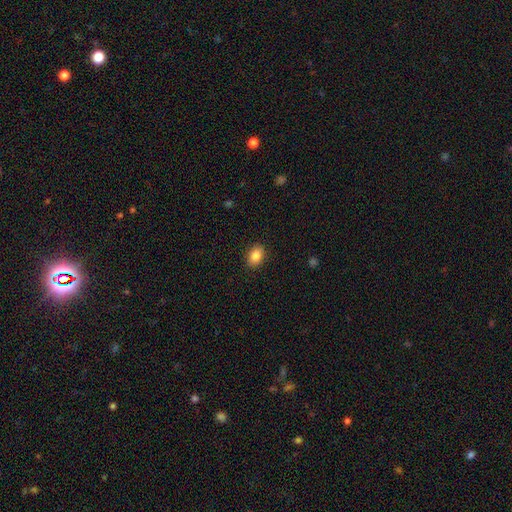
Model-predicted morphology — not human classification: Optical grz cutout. It shows a smooth galaxy with no disk features (86%) that is in between round and cigar-shaped (78%). Merging: none (89%).